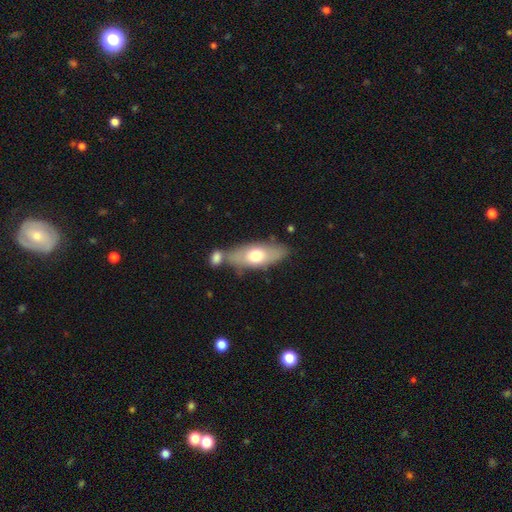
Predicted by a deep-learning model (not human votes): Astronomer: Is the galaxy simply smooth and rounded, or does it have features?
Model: smooth — 63%.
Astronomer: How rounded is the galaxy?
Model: in between — 72%.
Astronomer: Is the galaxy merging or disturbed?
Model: none — 59%.